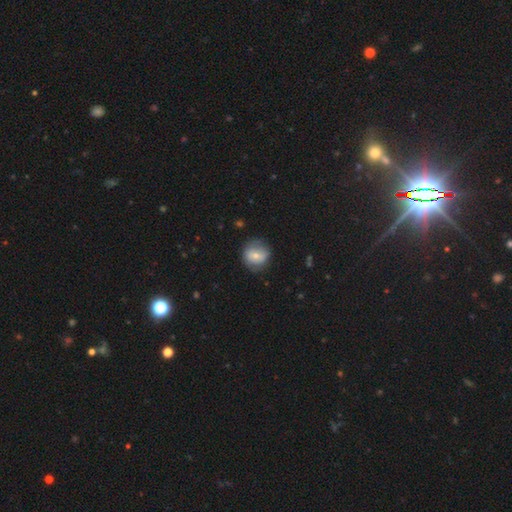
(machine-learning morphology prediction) A smooth galaxy with no disk features (63%) that is round (84%).

Vote fractions:
- Smooth or featured? smooth: 63% / featured or disk: 29% / star or artifact: 8%
- How rounded? round: 84% / in between: 15% / cigar-shaped: 1%
- Merging? none: 76% / minor disturbance: 17% / major disturbance: 6% / merger: 1%